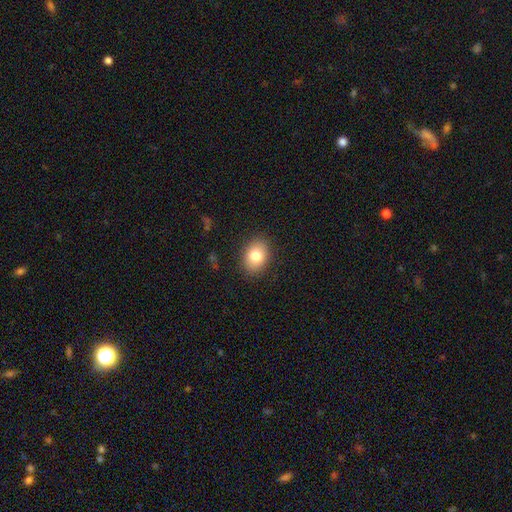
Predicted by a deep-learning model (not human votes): Smooth or featured: smooth — 81% (featured or disk — 10%)
How rounded: in between — 65% (round — 35%)
Merging: none — 87% (minor disturbance — 9%)